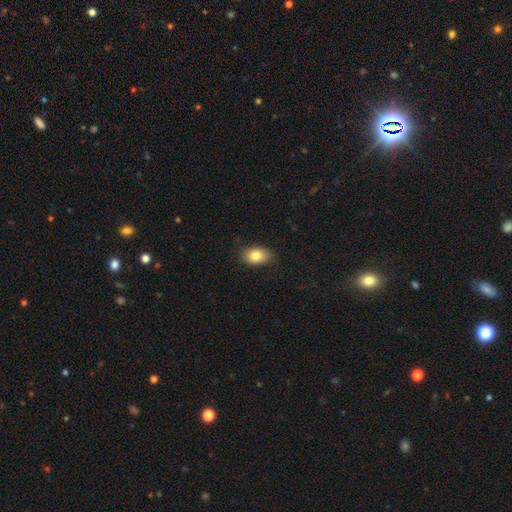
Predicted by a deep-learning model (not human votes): smooth_or_featured: smooth (p=0.83) [alt: featured or disk p=0.09]
how_rounded: in between (p=0.85) [alt: round p=0.14]
merging: none (p=0.83) [alt: minor disturbance p=0.13]